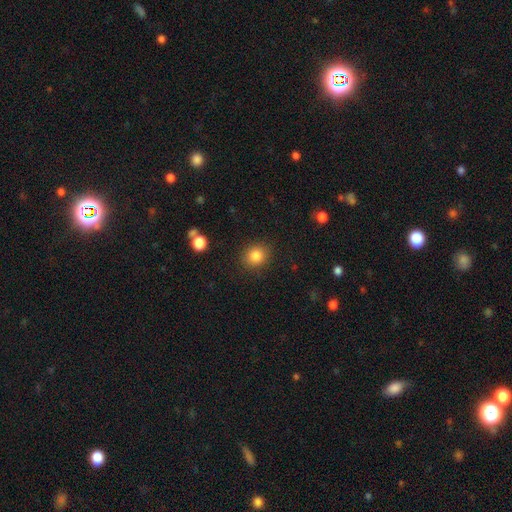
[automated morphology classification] smooth-or-featured: smooth: 84% | star or artifact: 11% | featured or disk: 5%
  how-rounded: round: 76% | in between: 23% | cigar-shaped: 1%
  merging: none: 88% | minor disturbance: 8% | major disturbance: 3% | merger: 2%